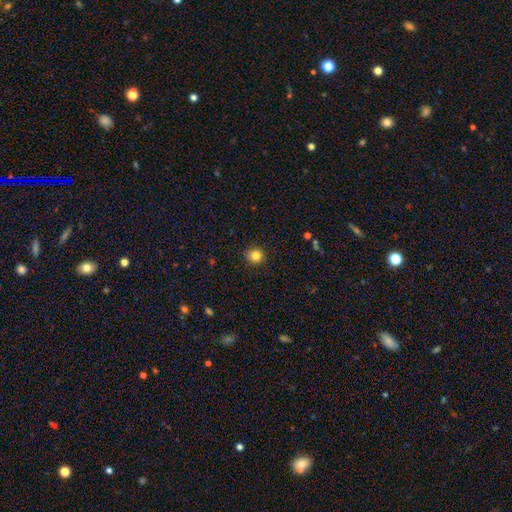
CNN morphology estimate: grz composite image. It shows a smooth galaxy with no disk features (83%) that is round (91%). Merging: none (87%).